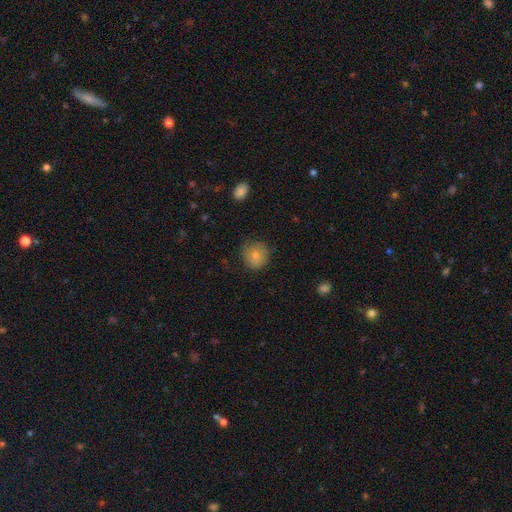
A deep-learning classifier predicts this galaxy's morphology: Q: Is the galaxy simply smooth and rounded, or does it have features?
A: smooth — 81%.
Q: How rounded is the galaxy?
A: round — 87%.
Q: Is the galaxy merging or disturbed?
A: none — 75%.